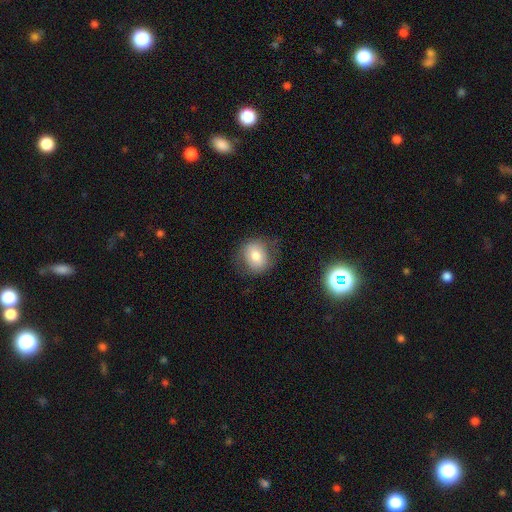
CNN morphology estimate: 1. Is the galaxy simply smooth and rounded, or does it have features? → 72% smooth, 19% featured or disk, 9% star or artifact.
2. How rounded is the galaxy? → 71% round, 28% in between, 1% cigar-shaped.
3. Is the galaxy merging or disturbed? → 72% none, 18% minor disturbance, 9% major disturbance, 1% merger.